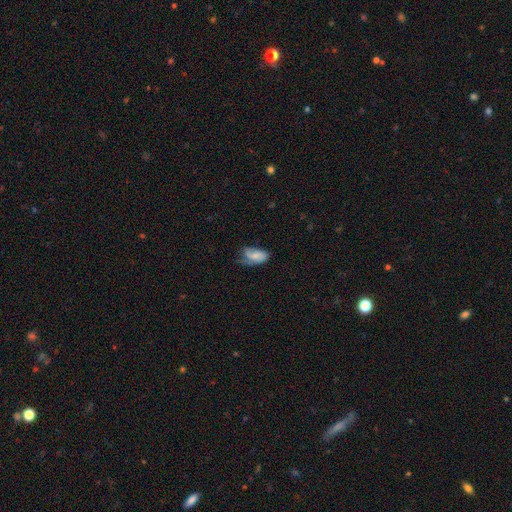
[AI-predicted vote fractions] Smooth or featured: smooth — 51% (featured or disk — 41%)
How rounded: in between — 91% (round — 5%)
Merging: minor disturbance — 35% (none — 34%)